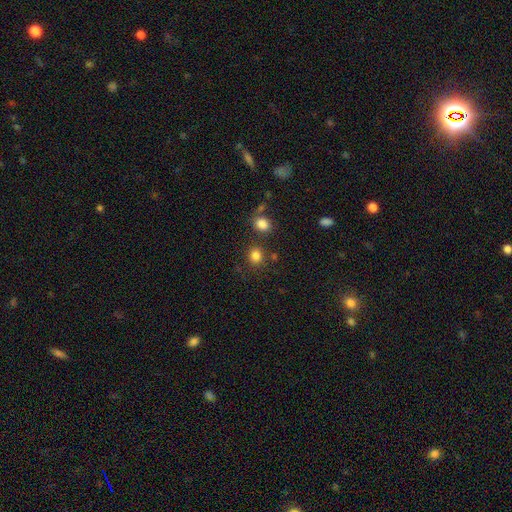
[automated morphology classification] This appears to be a smooth galaxy with no disk features (82%) that is round (79%). Merging: none (76%).